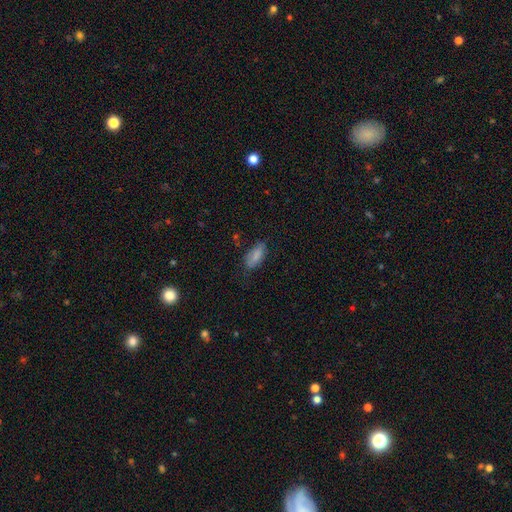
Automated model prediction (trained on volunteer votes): smooth-or-featured: smooth: 82% | featured or disk: 11% | star or artifact: 7%
  how-rounded: in between: 88% | cigar-shaped: 10% | round: 2%
  merging: none: 66% | minor disturbance: 25% | major disturbance: 6% | merger: 2%